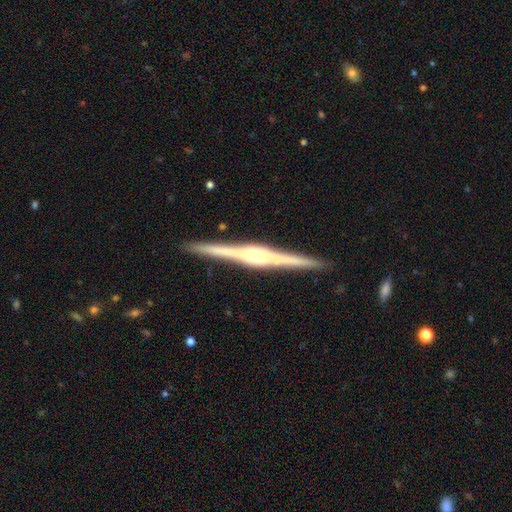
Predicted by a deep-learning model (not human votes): This appears to be a featured or disk galaxy (88%) viewed edge-on (99%) with a rounded central bulge (47%). Merging: none (92%).